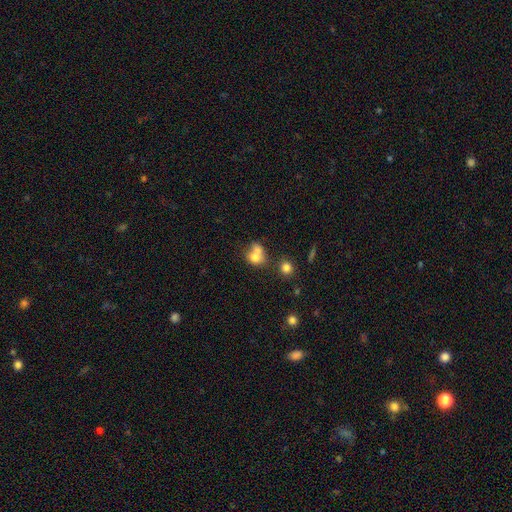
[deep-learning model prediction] Morphology: type=smooth (72%); roundness=round (56%); merging=merger (56%).